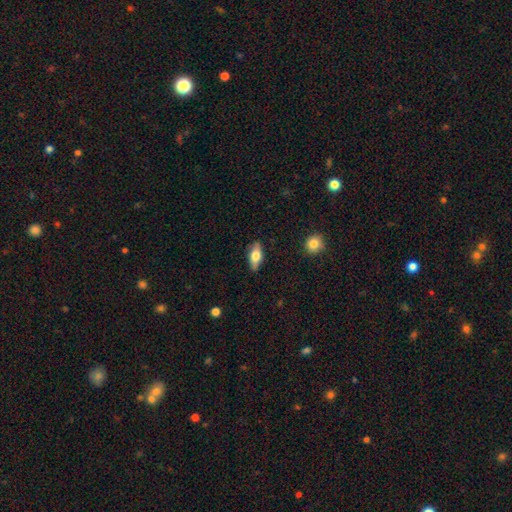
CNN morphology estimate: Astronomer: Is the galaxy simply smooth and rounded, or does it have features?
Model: smooth — 65%.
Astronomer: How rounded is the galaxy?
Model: in between — 80%.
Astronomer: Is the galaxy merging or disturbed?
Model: none — 84%.